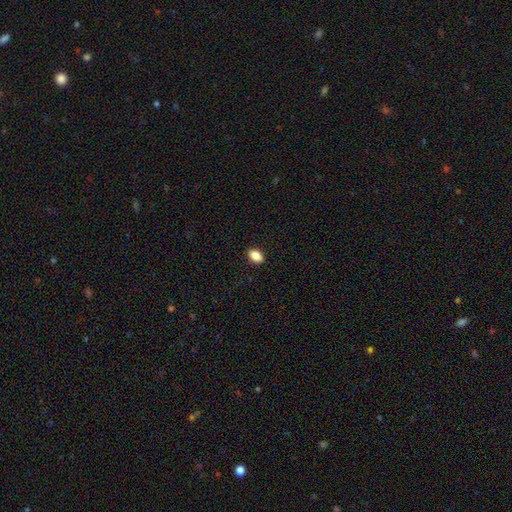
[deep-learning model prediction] Smooth or featured? Predicted: smooth (p=0.86). How rounded? Predicted: in between (p=0.88). Merging? Predicted: none (p=0.89).